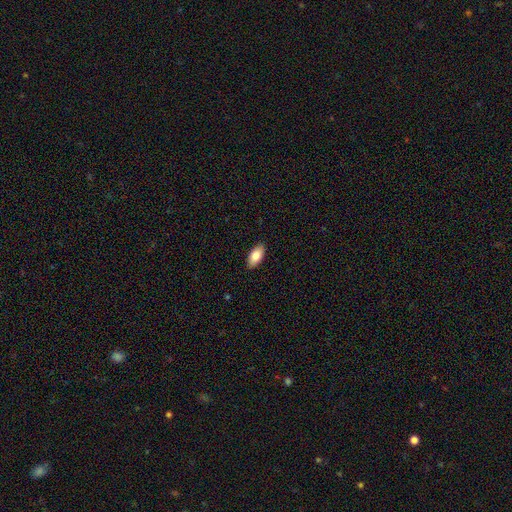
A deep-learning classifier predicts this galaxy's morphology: type=smooth (81%); roundness=in between (92%); merging=none (89%).